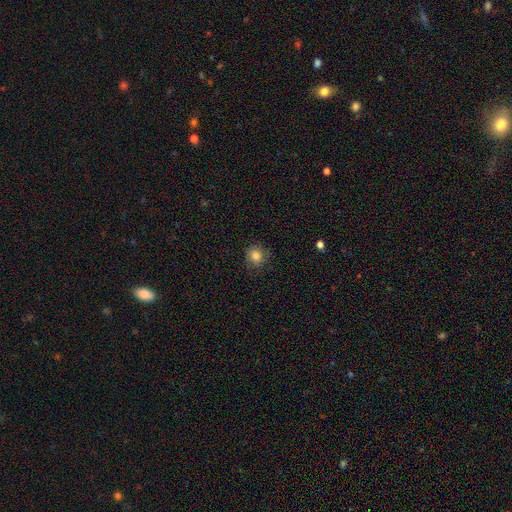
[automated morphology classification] Smooth or featured? smooth (83%)
How rounded? round (85%)
Merging? none (80%)